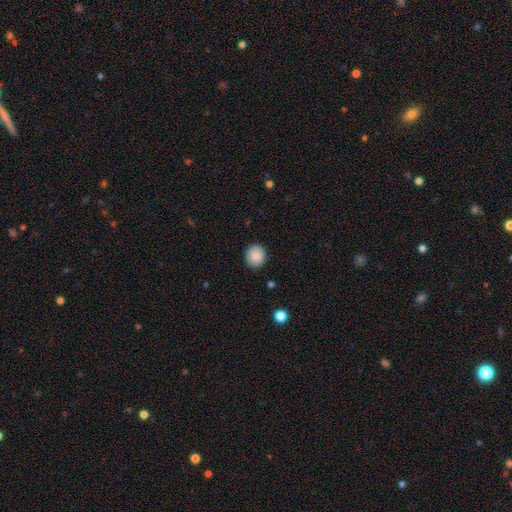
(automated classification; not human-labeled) A smooth galaxy with no disk features (87%) that is round (83%).

Vote fractions:
- Smooth or featured? smooth: 87% / star or artifact: 8% / featured or disk: 5%
- How rounded? round: 83% / in between: 16% / cigar-shaped: 1%
- Merging? none: 90% / minor disturbance: 7% / major disturbance: 2% / merger: 1%